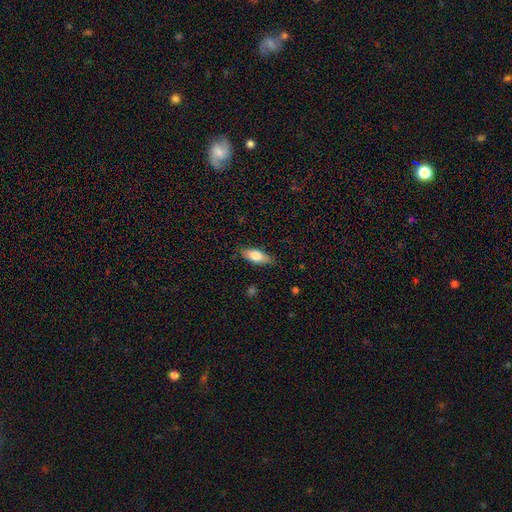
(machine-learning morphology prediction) This appears to be a smooth galaxy with no disk features (74%) that is in between round and cigar-shaped (75%). Merging: none (83%).